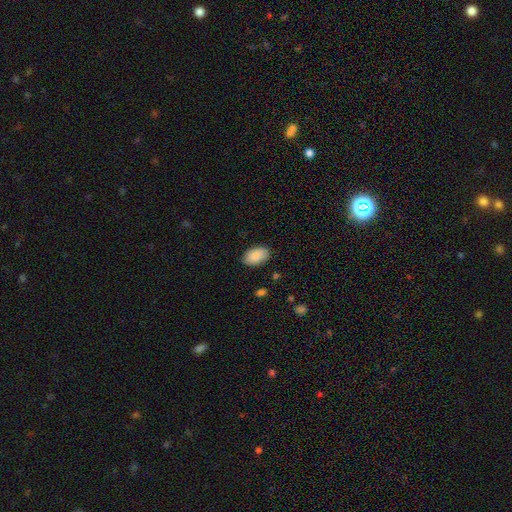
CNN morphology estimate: This is clearly a smooth galaxy (88%). How rounded: clearly in between (92%). Merging: clearly none (86%).